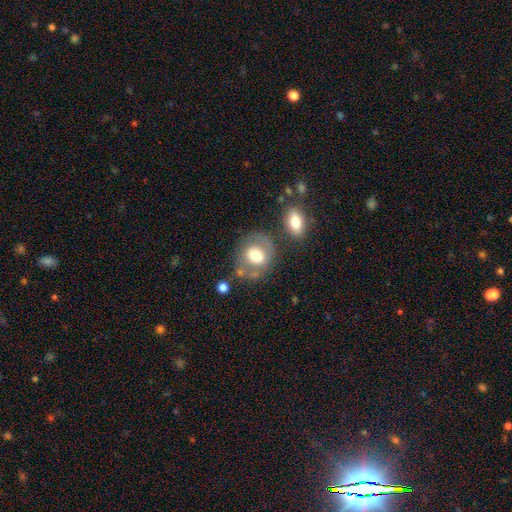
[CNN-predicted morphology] The model was most divided on "smooth or featured": smooth: 56%, featured or disk: 36%, star or artifact: 8%. More confident: how rounded — round (63%); merging — none (61%).